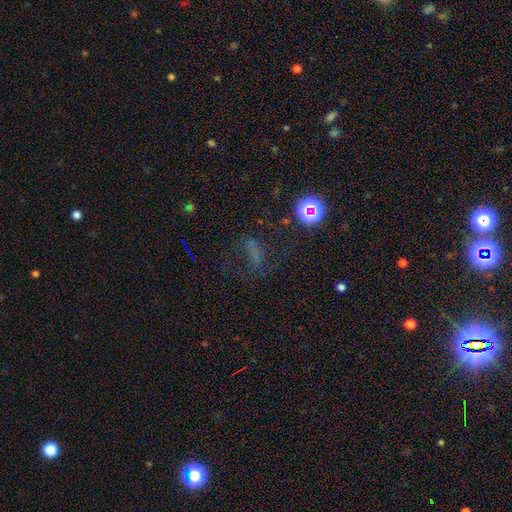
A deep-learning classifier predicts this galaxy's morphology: A star or artifact, not a galaxy (42%).